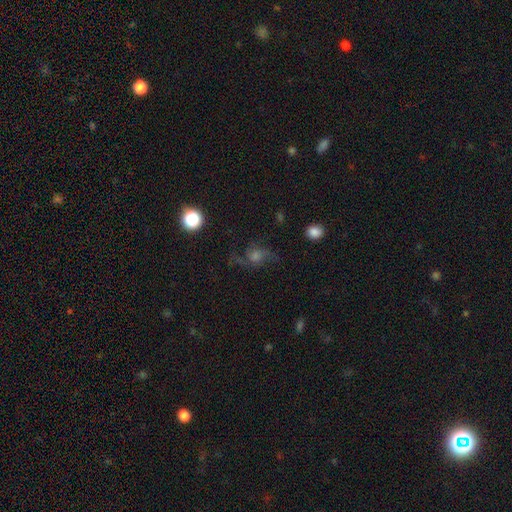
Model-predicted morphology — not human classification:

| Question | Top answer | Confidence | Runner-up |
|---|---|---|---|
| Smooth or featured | featured or disk | 54% | smooth (25%) |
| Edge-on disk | no | 93% | yes (7%) |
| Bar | no | 71% | weak (24%) |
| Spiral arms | yes | 87% | no (13%) |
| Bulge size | moderate | 39% | small (26%) |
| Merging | none | 65% | minor disturbance (18%) |